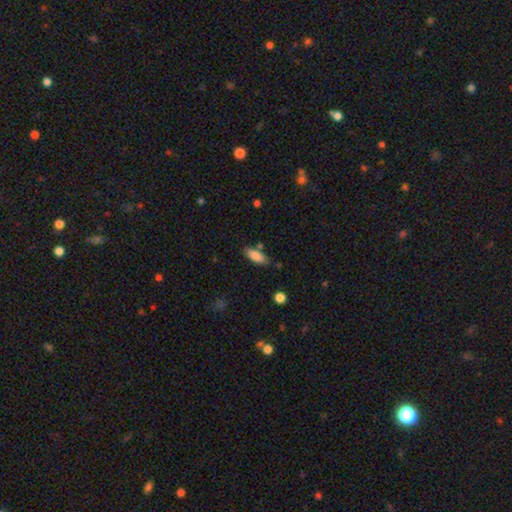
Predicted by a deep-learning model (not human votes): Smooth or featured?
  - smooth: 84% *
  - featured or disk: 9%
  - star or artifact: 7%
How rounded?
  - in between: 75% *
  - cigar-shaped: 23%
  - round: 2%
Merging?
  - none: 74% *
  - minor disturbance: 16%
  - merger: 7%
  - major disturbance: 3%